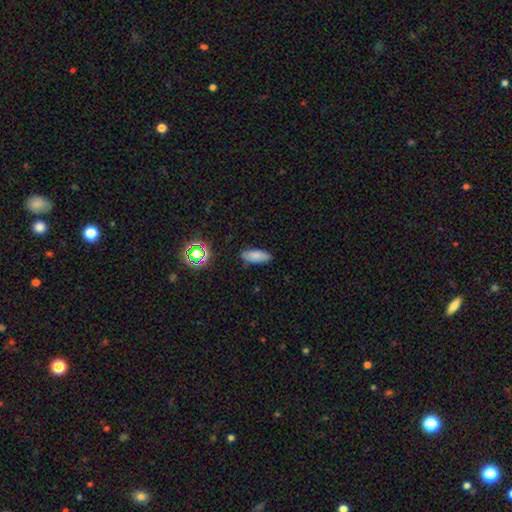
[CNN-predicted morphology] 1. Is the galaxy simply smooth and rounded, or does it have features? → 80% smooth, 10% star or artifact, 10% featured or disk.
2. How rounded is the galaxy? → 77% in between, 20% cigar-shaped, 3% round.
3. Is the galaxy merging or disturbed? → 85% none, 12% minor disturbance, 2% major disturbance, 1% merger.